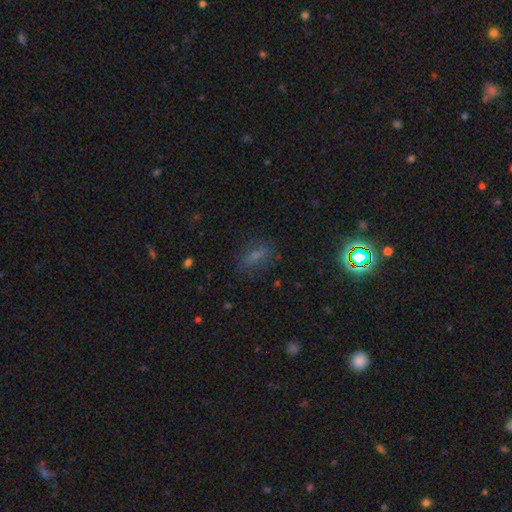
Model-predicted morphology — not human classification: A smooth galaxy with no disk features (48%). Merging: none (72%).